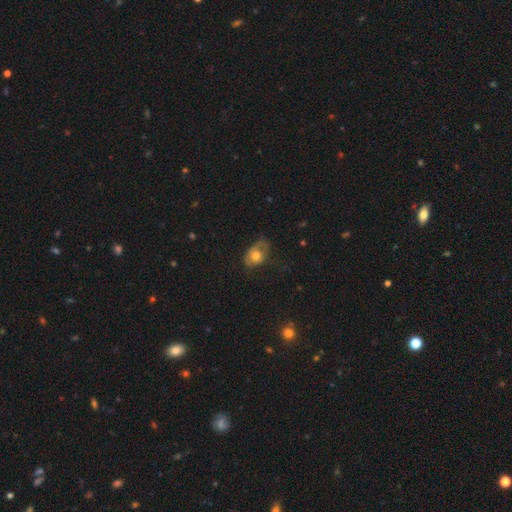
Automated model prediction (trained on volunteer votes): A smooth galaxy with no disk features (63%) that is in between round and cigar-shaped (68%). Merging: none (39%).